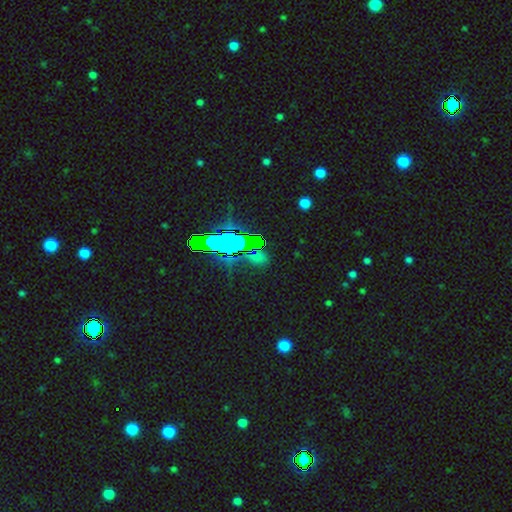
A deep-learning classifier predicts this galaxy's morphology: Smooth or featured: star or artifact — 69% (smooth — 20%)